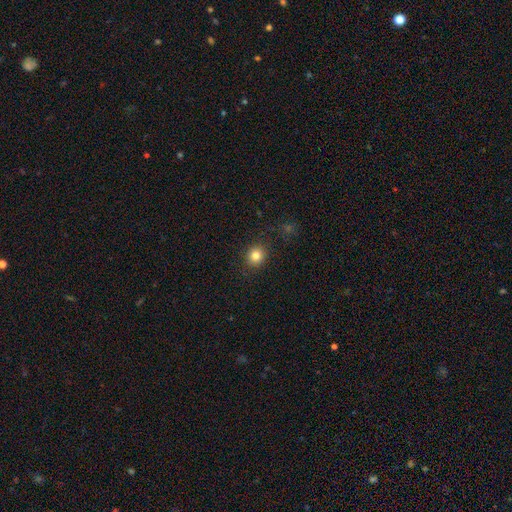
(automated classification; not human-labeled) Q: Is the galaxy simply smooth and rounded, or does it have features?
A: smooth — 82%.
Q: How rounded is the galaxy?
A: round — 83%.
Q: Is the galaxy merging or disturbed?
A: none — 88%.